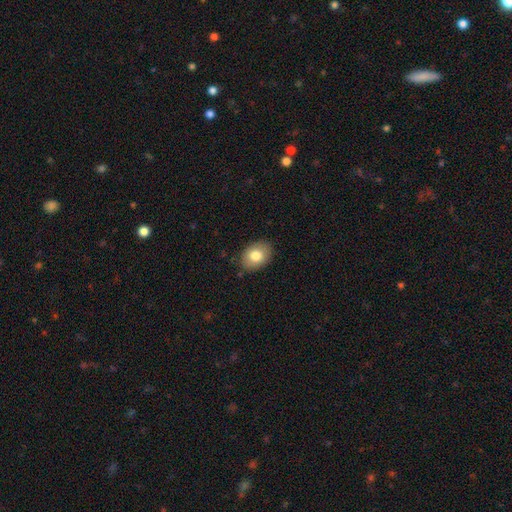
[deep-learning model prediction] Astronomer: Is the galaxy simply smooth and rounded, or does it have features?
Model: smooth — 80%.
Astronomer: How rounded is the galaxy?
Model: in between — 76%.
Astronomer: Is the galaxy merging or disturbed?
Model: none — 85%.